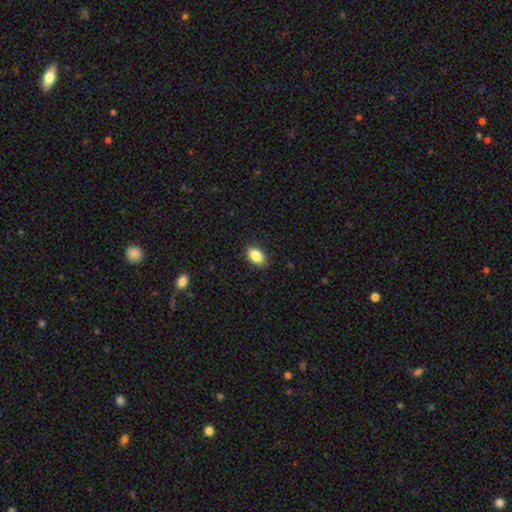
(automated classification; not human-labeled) smooth 88%, star or artifact 7%, featured or disk 4%. Down the decision tree: how rounded — in between (92%); merging — none (87%).